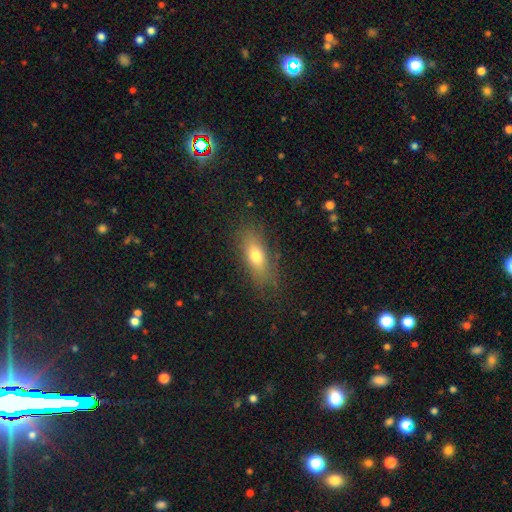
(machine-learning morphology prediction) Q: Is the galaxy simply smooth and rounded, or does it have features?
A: smooth — 70%.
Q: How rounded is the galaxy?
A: in between — 73%.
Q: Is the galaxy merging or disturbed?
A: none — 76%.